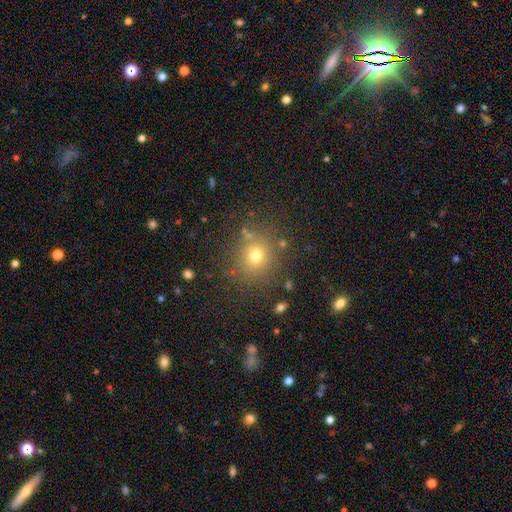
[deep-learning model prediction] This is likely a smooth galaxy (70%). How rounded: clearly round (84%). Merging: clearly none (82%).